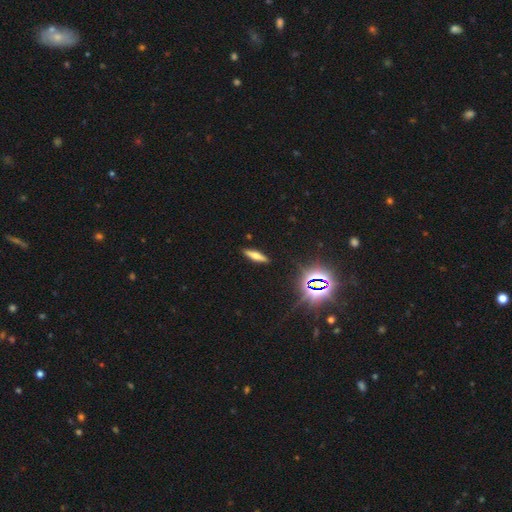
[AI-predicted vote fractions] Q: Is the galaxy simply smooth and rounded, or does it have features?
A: smooth — 52%.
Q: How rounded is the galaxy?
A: cigar-shaped — 71%.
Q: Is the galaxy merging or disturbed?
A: none — 89%.